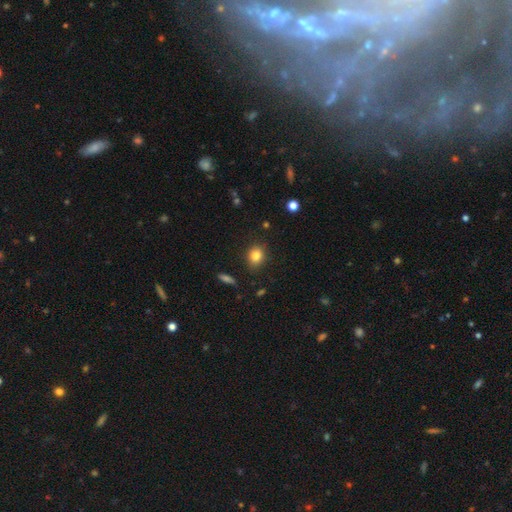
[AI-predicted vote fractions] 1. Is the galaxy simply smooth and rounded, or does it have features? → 82% smooth, 11% star or artifact, 7% featured or disk.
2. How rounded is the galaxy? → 57% round, 41% in between, 1% cigar-shaped.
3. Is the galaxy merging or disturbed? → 87% none, 10% minor disturbance, 2% major disturbance, 1% merger.